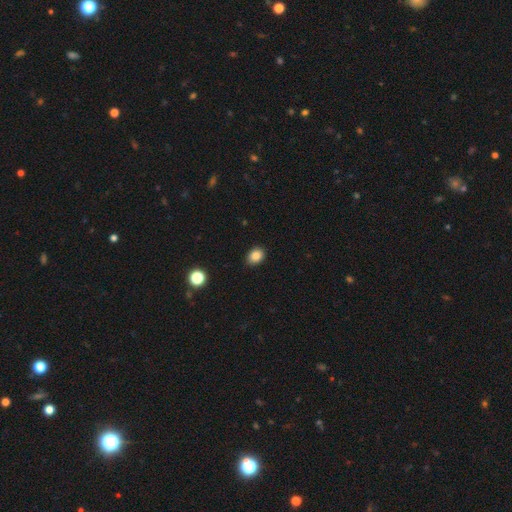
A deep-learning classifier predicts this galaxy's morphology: smooth_or_featured: smooth (p=0.85) [alt: star or artifact p=0.11]
how_rounded: in between (p=0.57) [alt: round p=0.42]
merging: none (p=0.85) [alt: minor disturbance p=0.12]